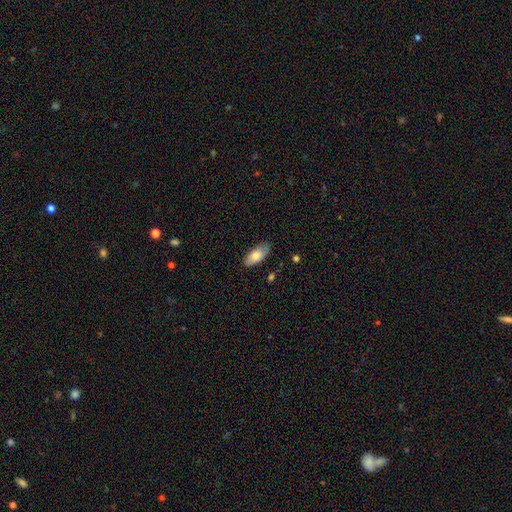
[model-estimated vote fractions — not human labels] smooth_or_featured: smooth (p=0.74) [alt: featured or disk p=0.20]
how_rounded: in between (p=0.91) [alt: cigar-shaped p=0.07]
merging: none (p=0.80) [alt: minor disturbance p=0.16]